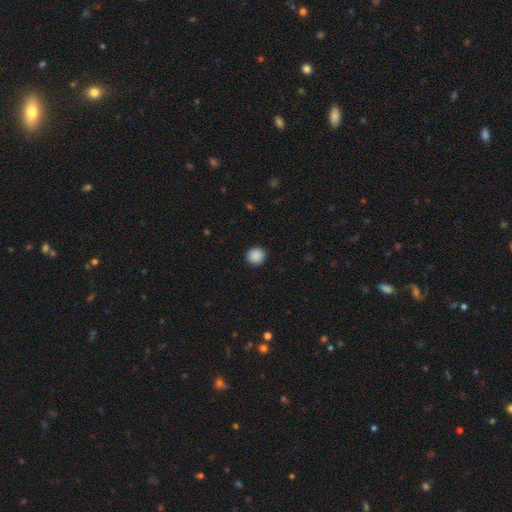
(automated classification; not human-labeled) Overall: smooth (89%). How rounded: round (93%). Merging: none (93%).